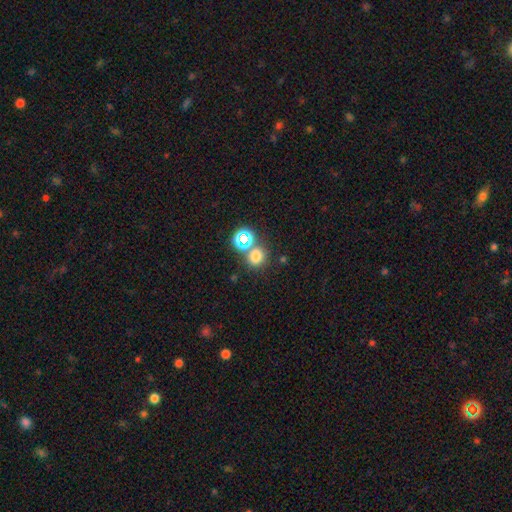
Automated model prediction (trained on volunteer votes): The model was most divided on "smooth or featured": smooth: 69%, star or artifact: 25%, featured or disk: 7%. More confident: how rounded — round (79%); merging — none (67%).